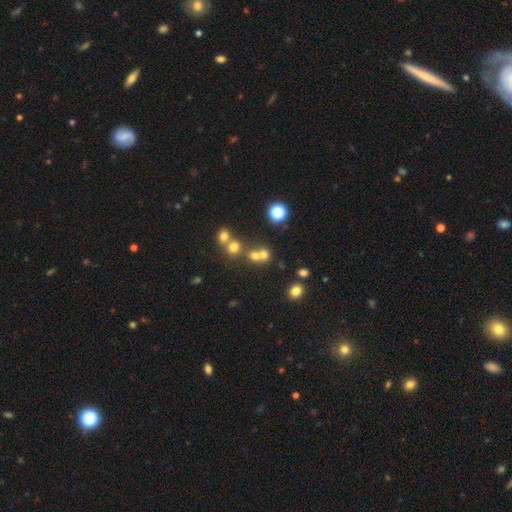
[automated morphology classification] Overall: smooth (64%). How rounded: round (82%). Merging: none (45%, tied with merger).